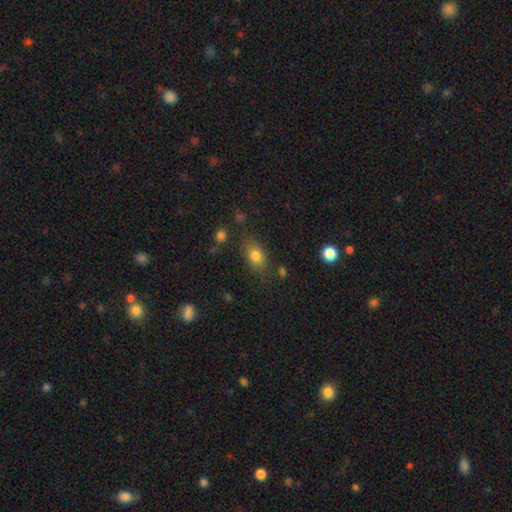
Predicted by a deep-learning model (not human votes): Morphology: type=smooth (79%); roundness=in between (78%); merging=none (76%).